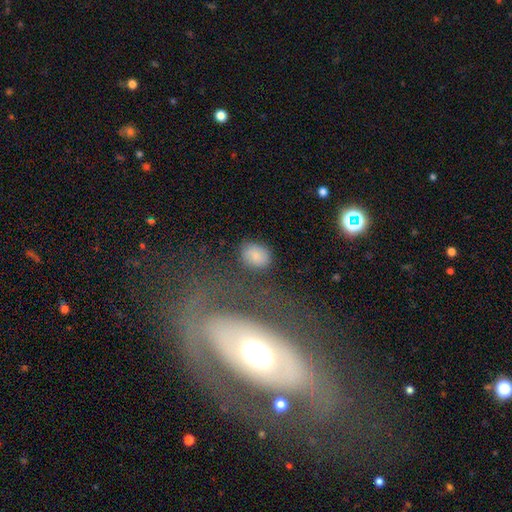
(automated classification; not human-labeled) This is clearly a smooth galaxy (81%). How rounded: likely in between (60%). Merging: likely none (76%).